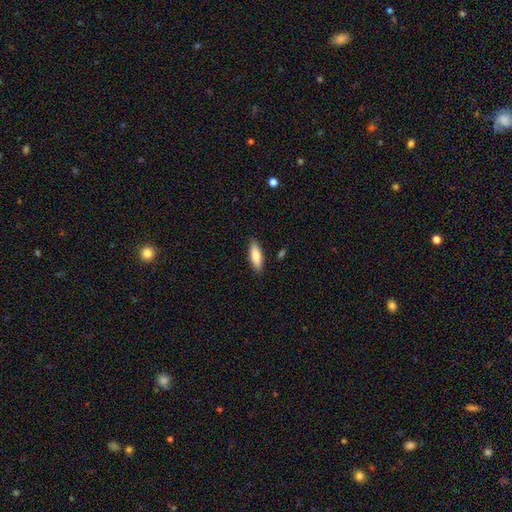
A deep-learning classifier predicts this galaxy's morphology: Smooth or featured? Predicted: smooth (p=0.81). How rounded? Predicted: in between (p=0.57). Merging? Predicted: none (p=0.88).